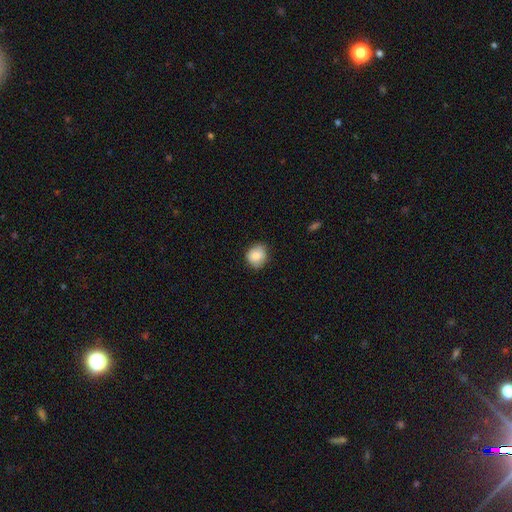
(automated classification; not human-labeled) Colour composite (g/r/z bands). It shows a smooth galaxy with no disk features (84%) that is round (77%). Merging: none (75%).